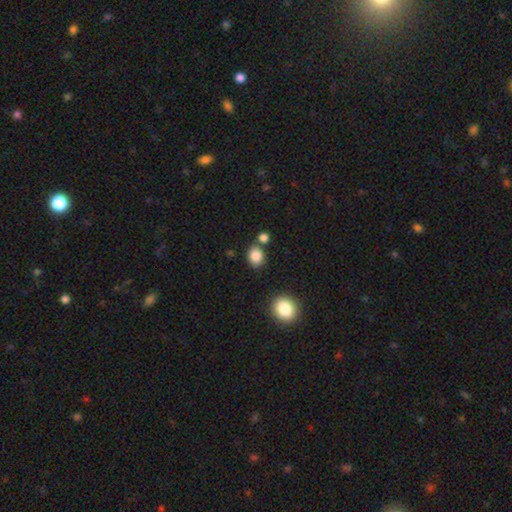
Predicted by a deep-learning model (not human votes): smooth_or_featured: smooth (p=0.86) [alt: star or artifact p=0.10]
how_rounded: round (p=0.55) [alt: in between p=0.44]
merging: none (p=0.73) [alt: merger p=0.12]